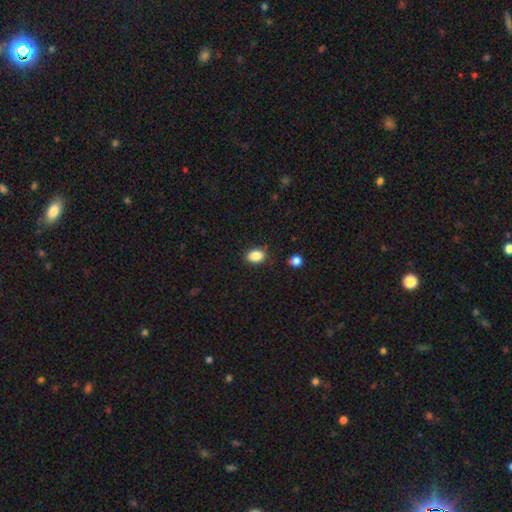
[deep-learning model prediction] smooth-or-featured: smooth: 87% | star or artifact: 9% | featured or disk: 4%
  how-rounded: in between: 80% | round: 19% | cigar-shaped: 1%
  merging: none: 83% | minor disturbance: 12% | major disturbance: 3% | merger: 2%